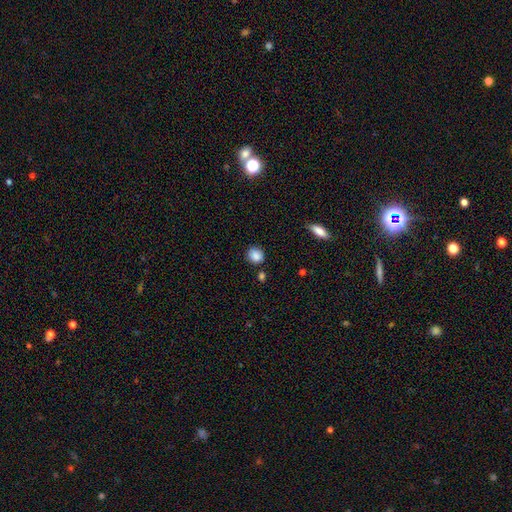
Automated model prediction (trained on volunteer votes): smooth 87%, star or artifact 9%, featured or disk 4%. Down the decision tree: how rounded — round (79%); merging — none (81%).